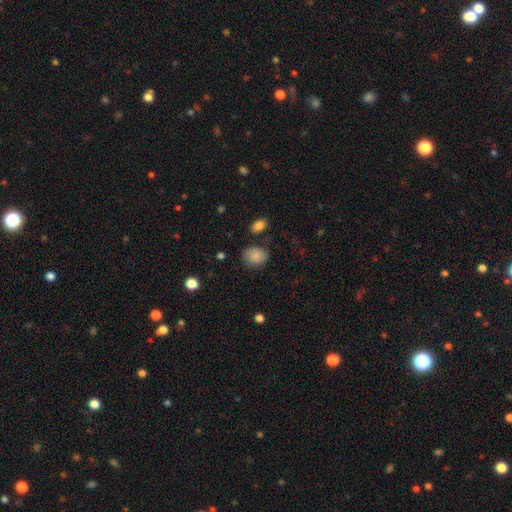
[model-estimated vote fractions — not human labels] A smooth galaxy with no disk features (84%) that is round (54%). Merging: none (71%).